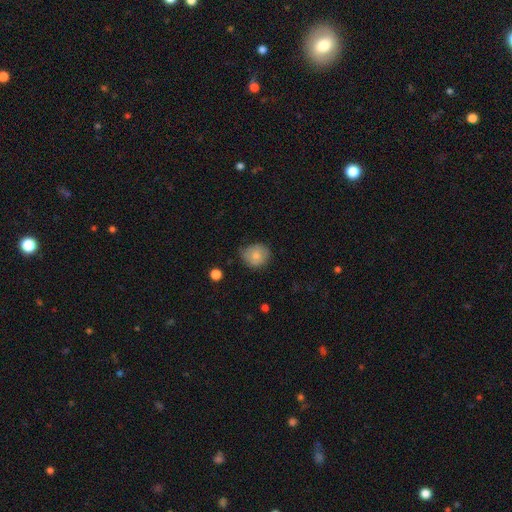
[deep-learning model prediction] Overall: smooth (79%). How rounded: round (79%). Merging: none (63%; minor disturbance 29%).